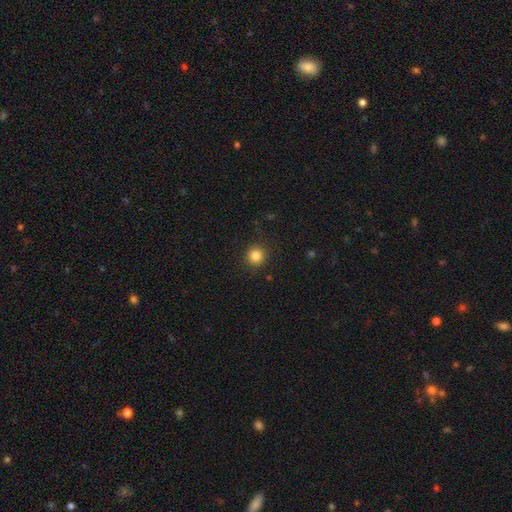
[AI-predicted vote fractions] smooth_or_featured: smooth (p=0.84) [alt: star or artifact p=0.11]
how_rounded: round (p=0.93) [alt: in between p=0.06]
merging: none (p=0.91) [alt: minor disturbance p=0.06]